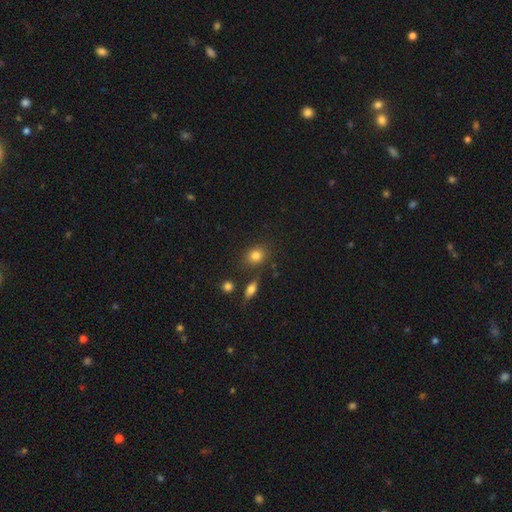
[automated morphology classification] This appears to be a smooth galaxy with no disk features (82%) that is round (65%). Merging: none (77%).